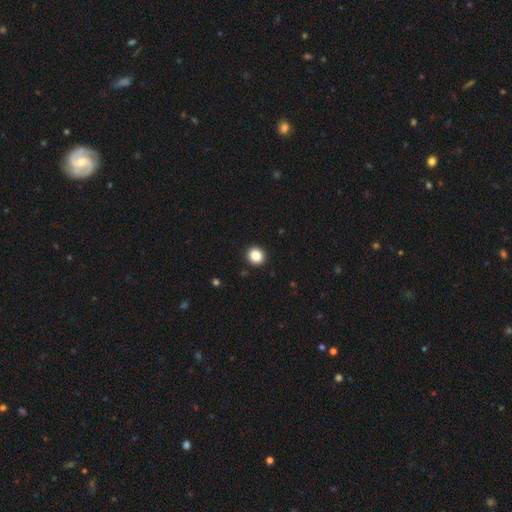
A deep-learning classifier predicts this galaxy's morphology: smooth 87%, star or artifact 10%, featured or disk 3%. Down the decision tree: how rounded — round (90%); merging — none (93%).